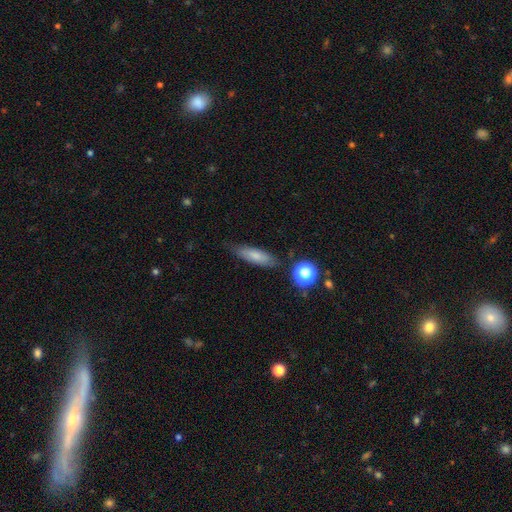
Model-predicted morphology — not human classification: A smooth galaxy with no disk features (76%) that is cigar-shaped (52%). Merging: none (77%).